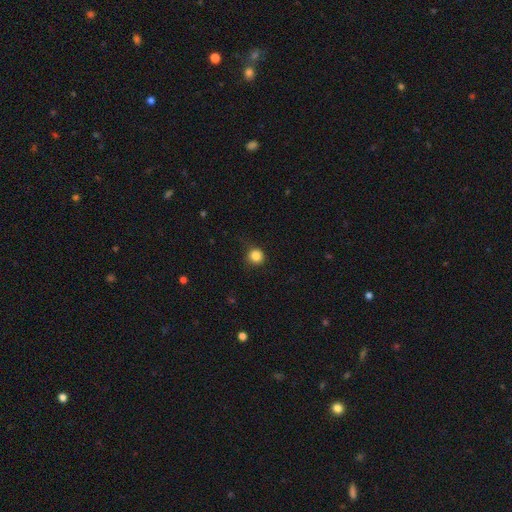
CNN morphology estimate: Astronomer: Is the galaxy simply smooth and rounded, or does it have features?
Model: smooth — 85%.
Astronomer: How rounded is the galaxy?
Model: round — 92%.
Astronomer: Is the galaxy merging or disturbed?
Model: none — 80%.